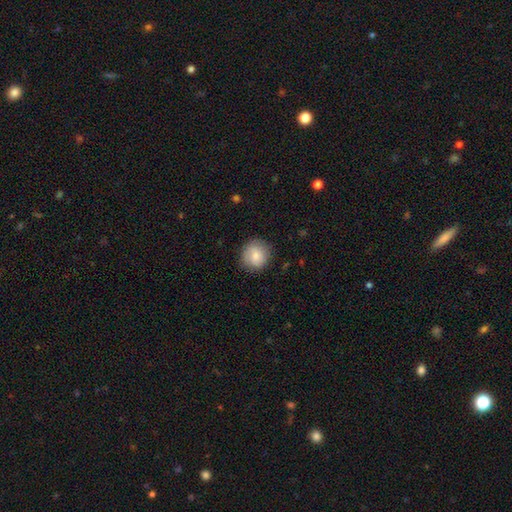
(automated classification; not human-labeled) A smooth galaxy with no disk features (73%) that is round (89%).

Vote fractions:
- Smooth or featured? smooth: 73% / featured or disk: 20% / star or artifact: 7%
- How rounded? round: 89% / in between: 10% / cigar-shaped: 1%
- Merging? none: 83% / minor disturbance: 13% / major disturbance: 3% / merger: 1%